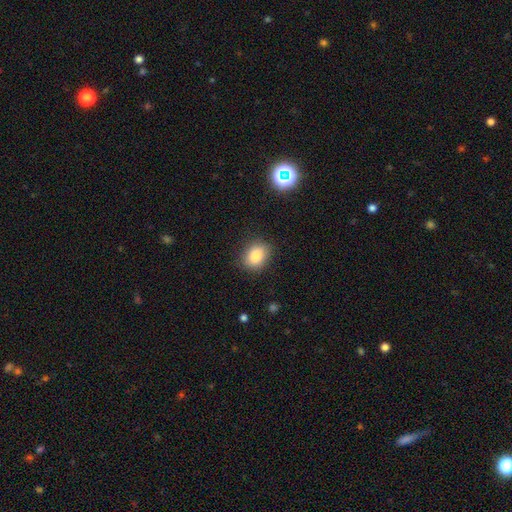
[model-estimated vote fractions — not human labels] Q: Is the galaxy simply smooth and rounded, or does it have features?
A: smooth — 84%.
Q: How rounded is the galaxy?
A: in between — 58%.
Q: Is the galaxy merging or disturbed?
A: none — 84%.